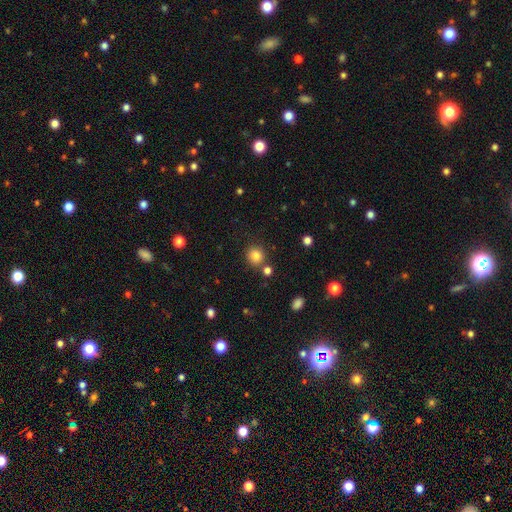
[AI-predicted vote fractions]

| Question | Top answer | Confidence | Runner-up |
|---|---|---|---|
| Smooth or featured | smooth | 83% | star or artifact (12%) |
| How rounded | round | 91% | in between (9%) |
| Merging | none | 81% | merger (8%) |